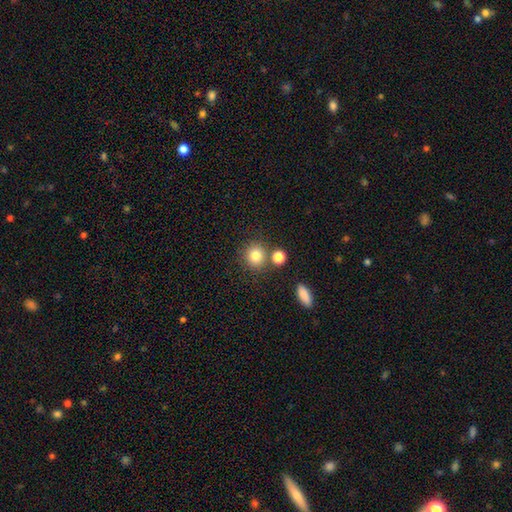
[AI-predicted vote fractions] smooth_or_featured: smooth (p=0.81) [alt: star or artifact p=0.12]
how_rounded: round (p=0.88) [alt: in between p=0.11]
merging: none (p=0.74) [alt: merger p=0.14]